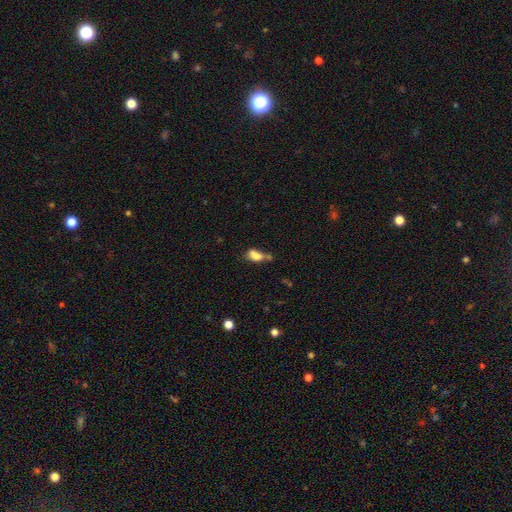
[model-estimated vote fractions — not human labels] smooth_or_featured: smooth (p=0.72) [alt: featured or disk p=0.16]
how_rounded: in between (p=0.79) [alt: round p=0.11]
merging: merger (p=0.31) [alt: none p=0.29]